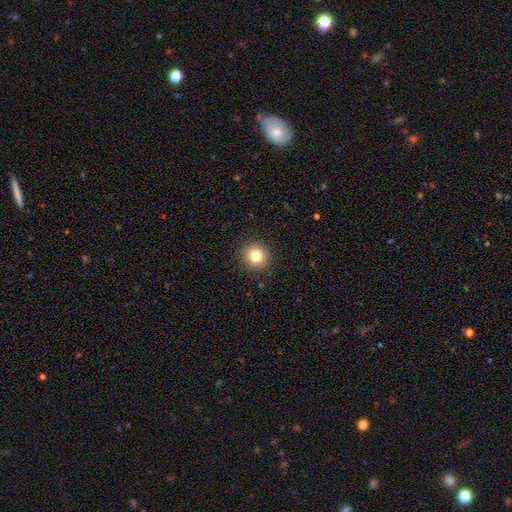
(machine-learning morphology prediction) This appears to be a smooth galaxy with no disk features (80%) that is round (91%). Merging: none (91%).